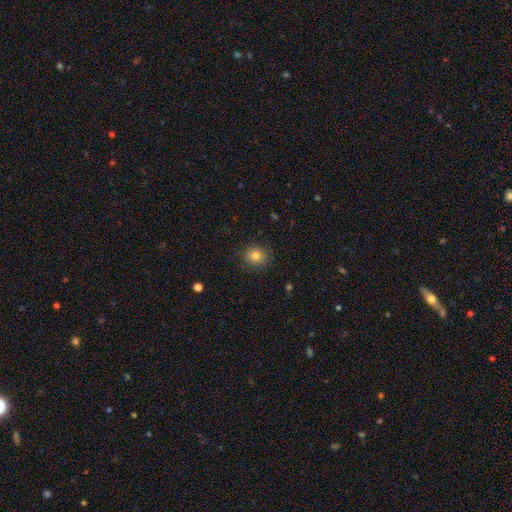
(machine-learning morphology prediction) The model was most divided on "how rounded": round: 83%, in between: 16%, cigar-shaped: 1%. More confident: merging — none (86%); smooth or featured — smooth (80%).